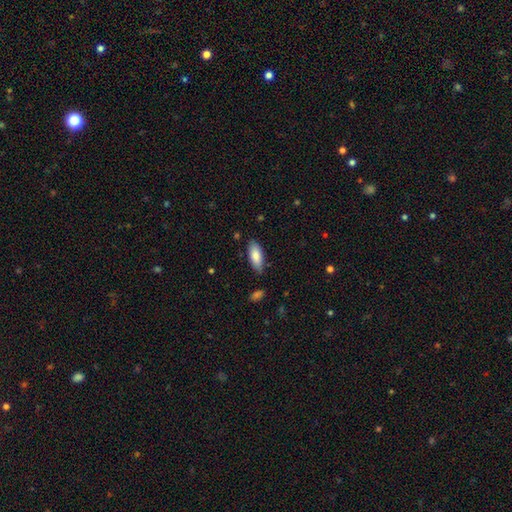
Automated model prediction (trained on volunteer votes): Smooth or featured? Predicted: smooth (p=0.85). How rounded? Predicted: in between (p=0.80). Merging? Predicted: none (p=0.82).